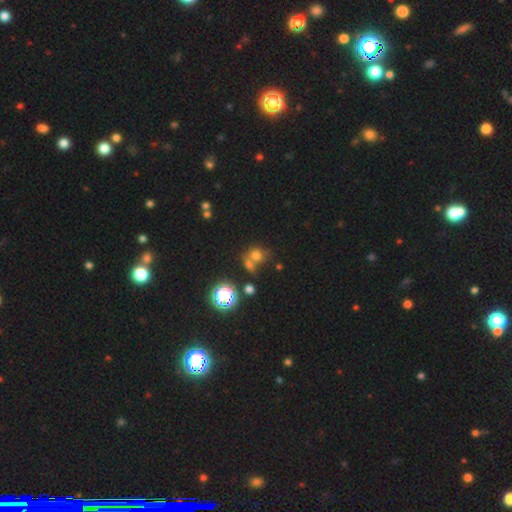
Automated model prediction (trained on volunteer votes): A smooth galaxy with no disk features (61%) that is round (72%). Merging: merger (43%).